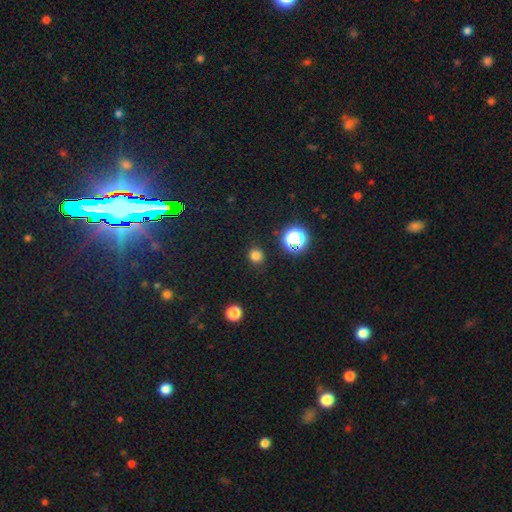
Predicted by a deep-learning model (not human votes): This is likely a smooth galaxy (78%). How rounded: clearly round (91%). Merging: clearly none (90%).